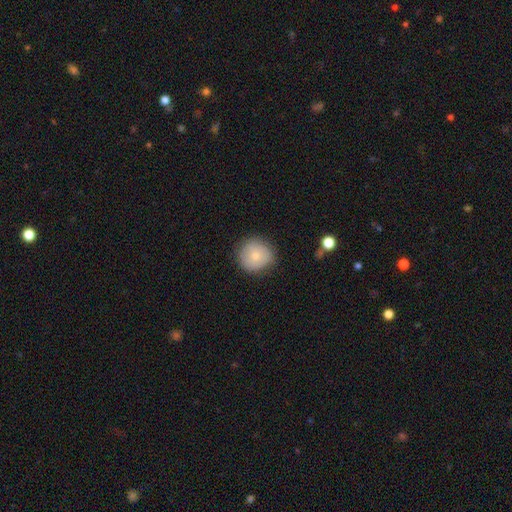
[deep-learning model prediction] smooth_or_featured: smooth (p=0.75) [alt: featured or disk p=0.17]
how_rounded: round (p=0.90) [alt: in between p=0.09]
merging: none (p=0.78) [alt: minor disturbance p=0.17]